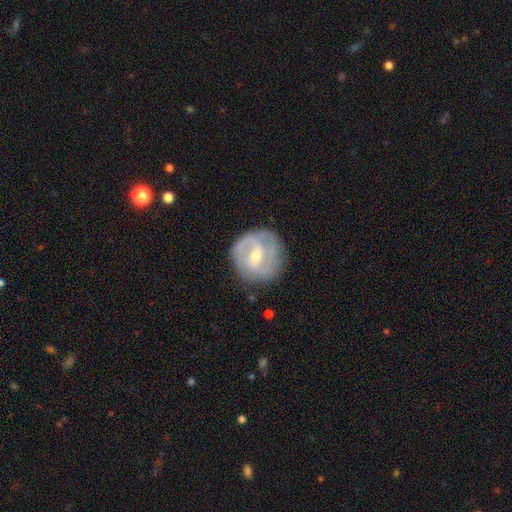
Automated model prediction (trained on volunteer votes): A featured or disk galaxy (81%) with a weak bar (50%), 2 (63%) medium (44%) spiral arms (91%) and a small central bulge (54%).

Vote fractions:
- Smooth or featured? featured or disk: 81% / smooth: 13% / star or artifact: 6%
- Edge-on disk? no: 97% / yes: 3%
- Bar? weak: 50% / strong: 26% / no: 24%
- Spiral arms? yes: 91% / no: 9%
- Spiral winding? medium: 44% / tight: 38% / loose: 18%
- Spiral arm count? 2: 63% / can't tell: 16% / 3: 11% / 1: 4% / 4: 3% / more than 4: 2%
- Bulge size? small: 54% / moderate: 43% / large: 1% / none: 1% / dominant: 1%
- Merging? none: 77% / minor disturbance: 15% / major disturbance: 6% / merger: 1%